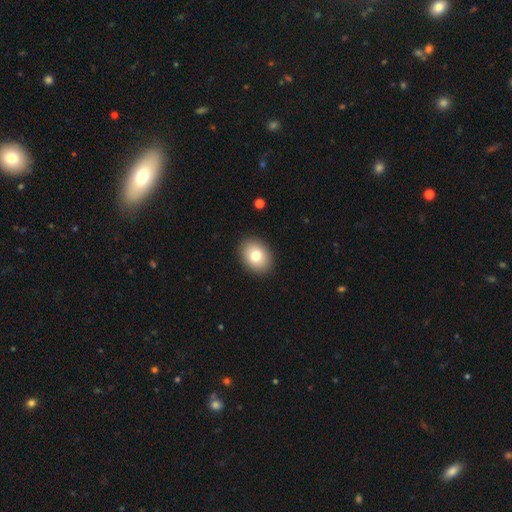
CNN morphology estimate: Q: Smooth or featured?
A: smooth (78%); runner-up: featured or disk (13%)
Q: How rounded?
A: in between (61%); runner-up: round (38%)
Q: Merging?
A: none (91%); runner-up: minor disturbance (6%)